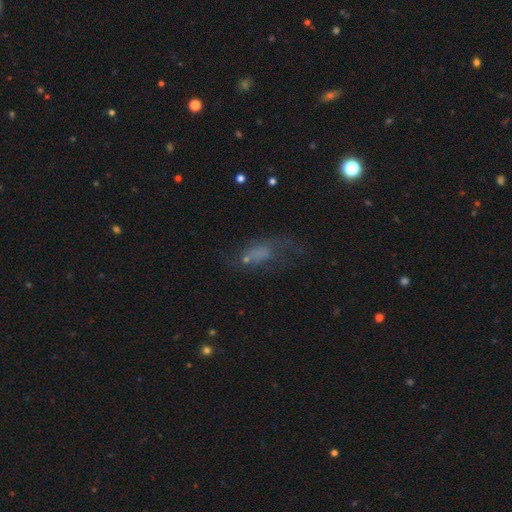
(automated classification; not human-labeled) smooth_or_featured: smooth (p=0.42) [alt: featured or disk p=0.34]
merging: none (p=0.42) [alt: major disturbance p=0.31]